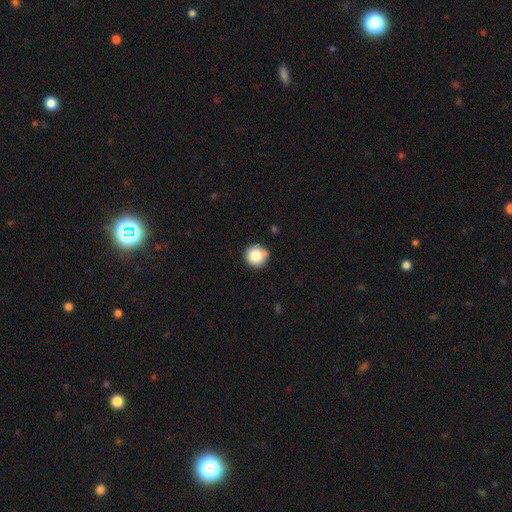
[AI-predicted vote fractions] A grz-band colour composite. It shows a smooth galaxy with no disk features (83%) that is round (95%). Merging: none (81%).